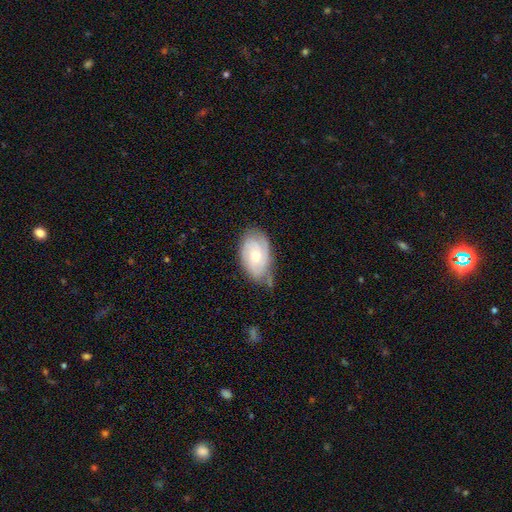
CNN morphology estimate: Smooth or featured?
  - featured or disk: 65% *
  - smooth: 29%
  - star or artifact: 6%
Edge-on disk?
  - no: 95% *
  - yes: 5%
Bar?
  - no: 72% *
  - weak: 24%
  - strong: 4%
Spiral arms?
  - yes: 89% *
  - no: 11%
Spiral winding?
  - tight: 58% *
  - medium: 33%
  - loose: 9%
Spiral arm count?
  - 2: 36% *
  - can't tell: 30%
  - 3: 21%
  - 1: 6%
  - 4: 4%
  - more than 4: 3%
Bulge size?
  - moderate: 53% *
  - small: 42%
  - large: 3%
  - none: 1%
  - dominant: 1%
Merging?
  - none: 60% *
  - minor disturbance: 30%
  - major disturbance: 8%
  - merger: 3%